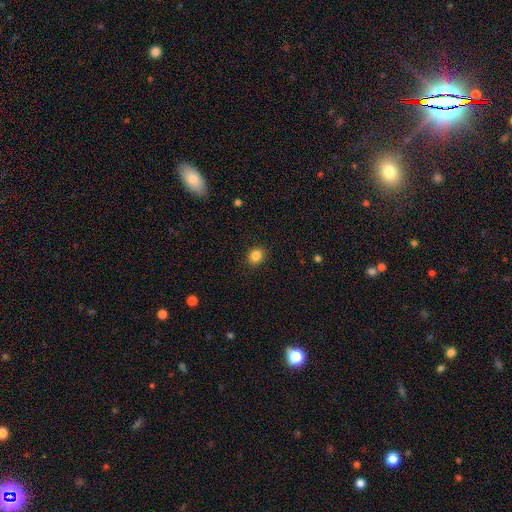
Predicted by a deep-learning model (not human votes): Morphology: type=smooth (85%); roundness=round (68%); merging=none (90%).